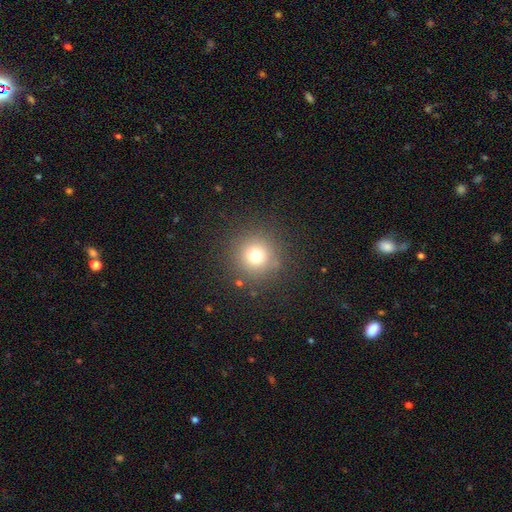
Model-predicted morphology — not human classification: smooth_or_featured: smooth (p=0.73) [alt: star or artifact p=0.17]
how_rounded: round (p=0.94) [alt: in between p=0.05]
merging: none (p=0.87) [alt: minor disturbance p=0.07]